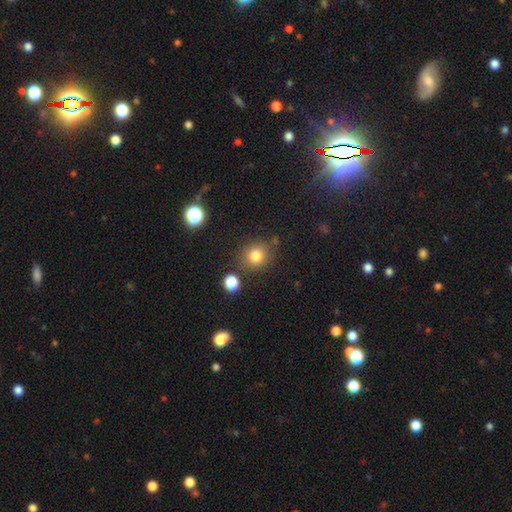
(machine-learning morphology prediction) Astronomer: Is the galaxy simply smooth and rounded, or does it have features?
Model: smooth — 81%.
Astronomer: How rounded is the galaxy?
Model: round — 83%.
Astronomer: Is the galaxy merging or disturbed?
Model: none — 79%.